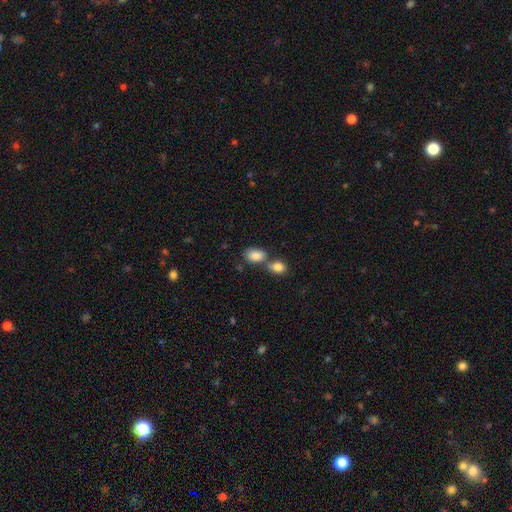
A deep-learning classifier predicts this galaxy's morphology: smooth 85%, star or artifact 8%, featured or disk 7%. Down the decision tree: how rounded — in between (86%); merging — merger (49%).